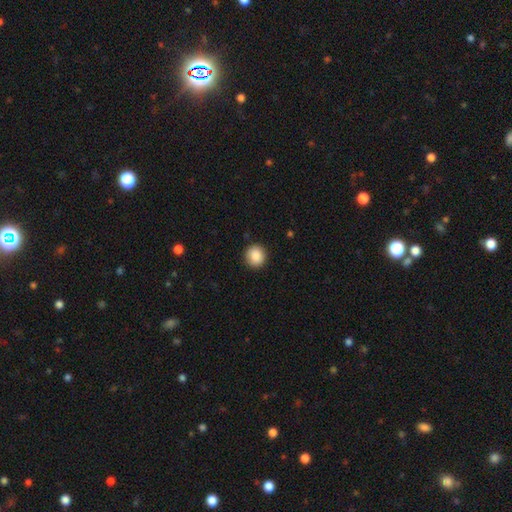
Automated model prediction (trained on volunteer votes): A smooth galaxy with no disk features (88%) that is round (91%). Merging: none (90%).